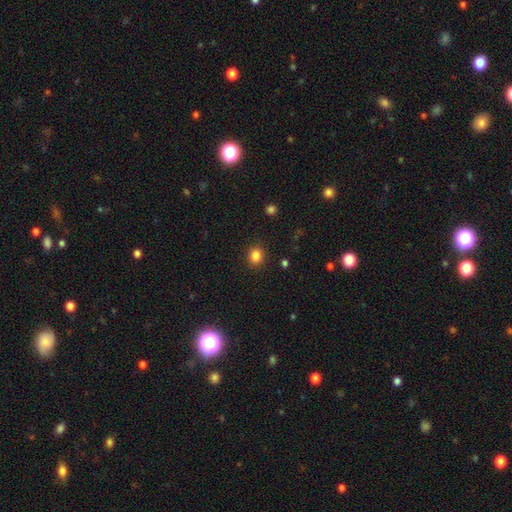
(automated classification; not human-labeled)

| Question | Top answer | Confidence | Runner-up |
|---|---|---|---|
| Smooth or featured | smooth | 85% | star or artifact (11%) |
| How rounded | round | 63% | in between (36%) |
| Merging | none | 89% | minor disturbance (7%) |